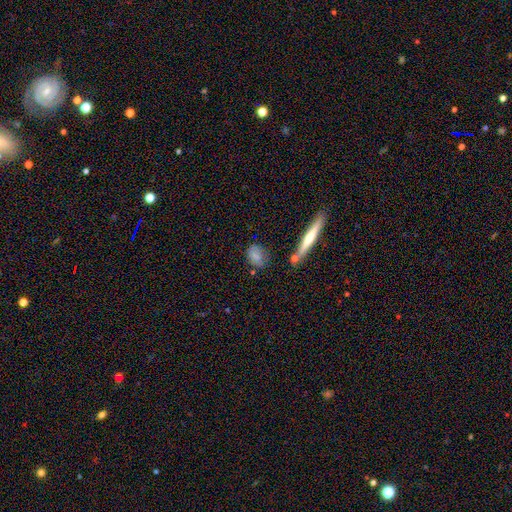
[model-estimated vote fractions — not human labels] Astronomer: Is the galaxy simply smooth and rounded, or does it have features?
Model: smooth — 76%.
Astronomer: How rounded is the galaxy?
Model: in between — 67%.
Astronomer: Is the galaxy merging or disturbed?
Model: none — 72%.